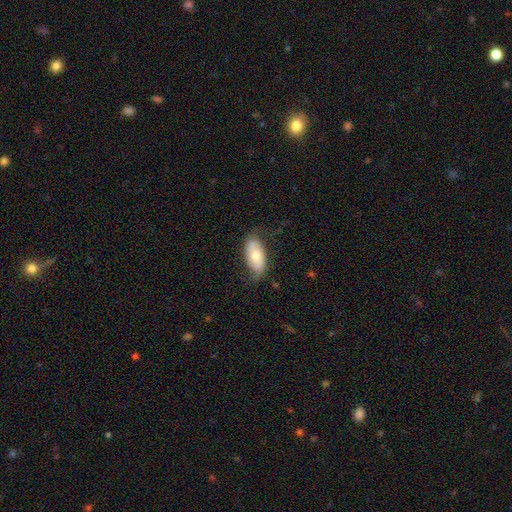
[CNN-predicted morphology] Q: Smooth or featured?
A: smooth (59%); runner-up: featured or disk (35%)
Q: How rounded?
A: in between (91%); runner-up: cigar-shaped (6%)
Q: Merging?
A: none (67%); runner-up: minor disturbance (23%)